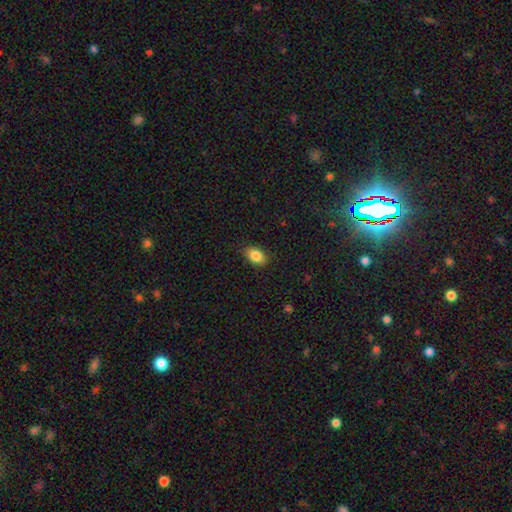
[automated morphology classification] The model was most divided on "how rounded": in between: 87%, round: 12%, cigar-shaped: 2%. More confident: merging — none (86%); smooth or featured — smooth (85%).